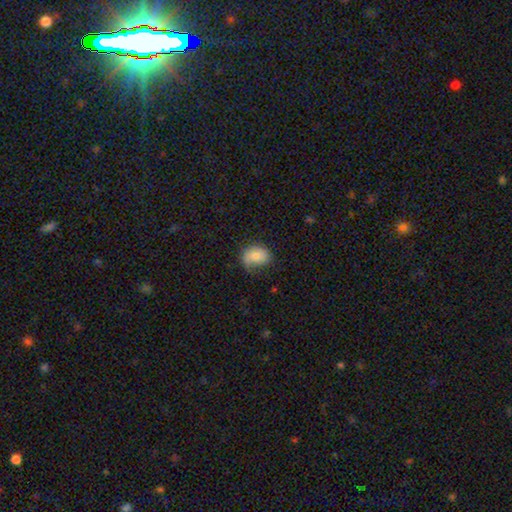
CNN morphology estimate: smooth_or_featured: smooth (p=0.76) [alt: featured or disk p=0.16]
how_rounded: in between (p=0.64) [alt: round p=0.35]
merging: none (p=0.55) [alt: minor disturbance p=0.32]